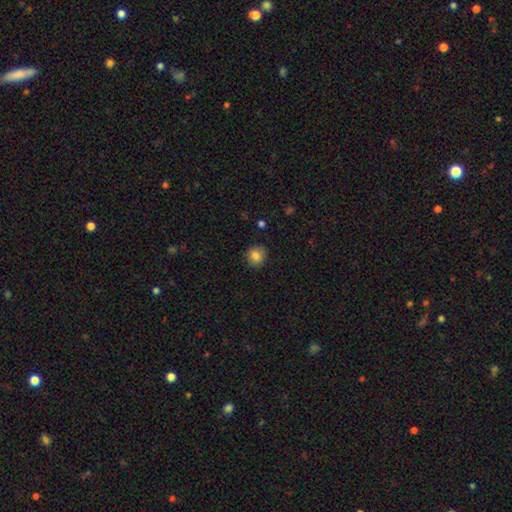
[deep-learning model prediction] Smooth or featured? Predicted: smooth (p=0.83). How rounded? Predicted: round (p=0.84). Merging? Predicted: none (p=0.86).